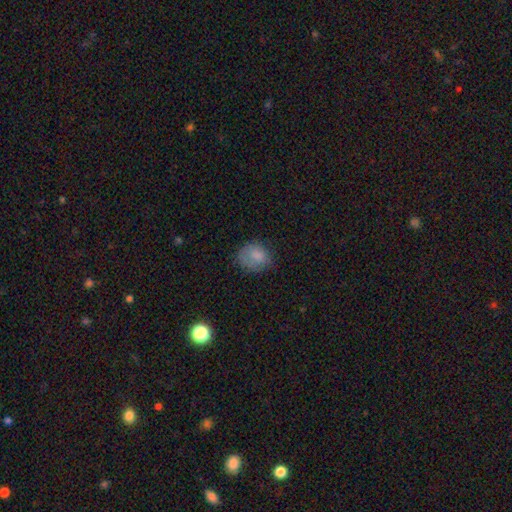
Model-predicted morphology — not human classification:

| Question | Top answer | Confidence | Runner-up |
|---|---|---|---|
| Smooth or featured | smooth | 78% | featured or disk (13%) |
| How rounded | round | 64% | in between (35%) |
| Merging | none | 60% | minor disturbance (26%) |